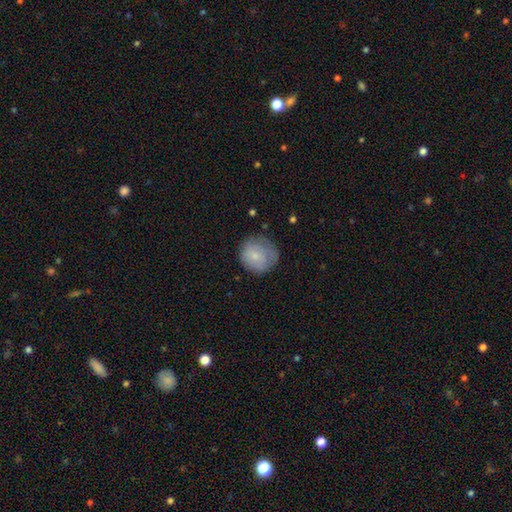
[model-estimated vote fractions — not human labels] Q: Smooth or featured?
A: smooth (77%); runner-up: featured or disk (15%)
Q: How rounded?
A: round (87%); runner-up: in between (12%)
Q: Merging?
A: none (65%); runner-up: minor disturbance (25%)